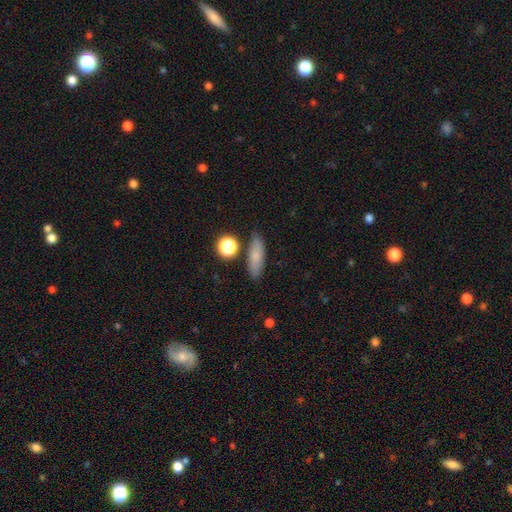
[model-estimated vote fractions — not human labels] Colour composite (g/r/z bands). It shows a smooth galaxy with no disk features (76%) that is in between round and cigar-shaped (53%). Merging: none (81%).